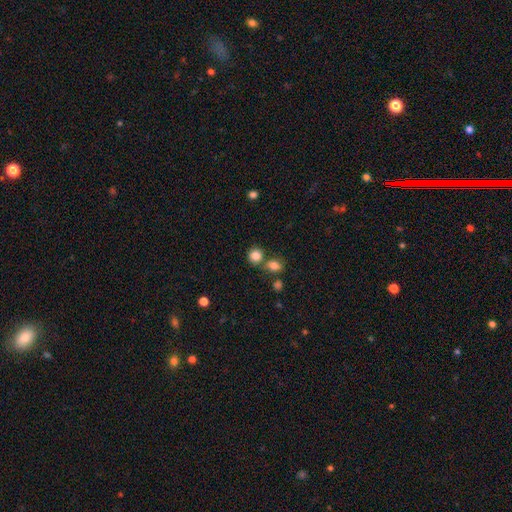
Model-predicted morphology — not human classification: This appears to be a smooth galaxy with no disk features (84%) that is round (84%). Merging: none (63%).